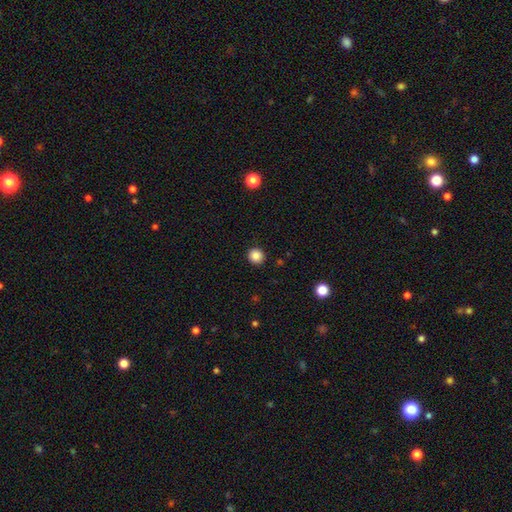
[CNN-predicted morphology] Q: Smooth or featured?
A: smooth (86%); runner-up: star or artifact (10%)
Q: How rounded?
A: round (93%); runner-up: in between (6%)
Q: Merging?
A: none (93%); runner-up: minor disturbance (5%)